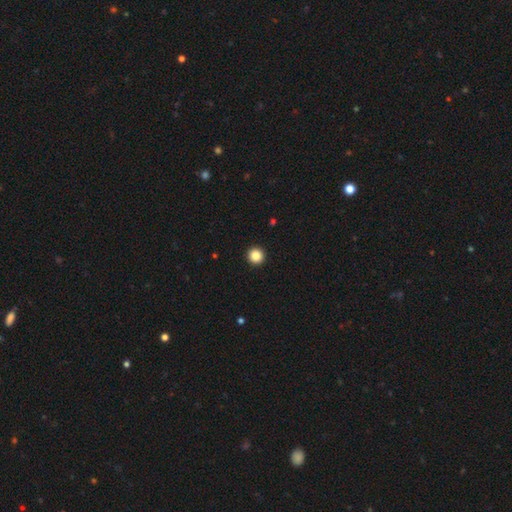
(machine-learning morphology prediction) A smooth galaxy with no disk features (87%) that is round (96%). Merging: none (94%).